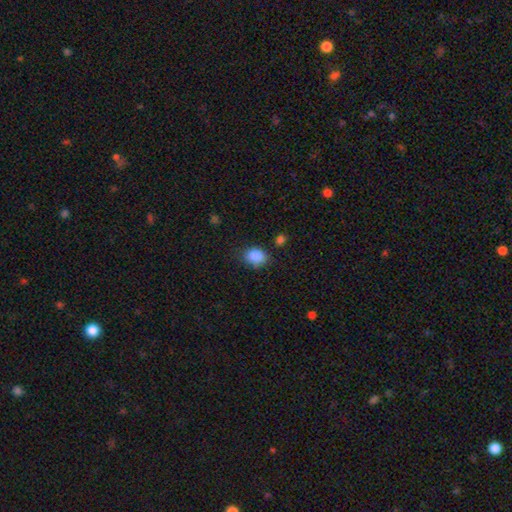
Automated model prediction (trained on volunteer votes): Smooth or featured? Predicted: smooth (p=0.86). How rounded? Predicted: in between (p=0.65). Merging? Predicted: none (p=0.75).